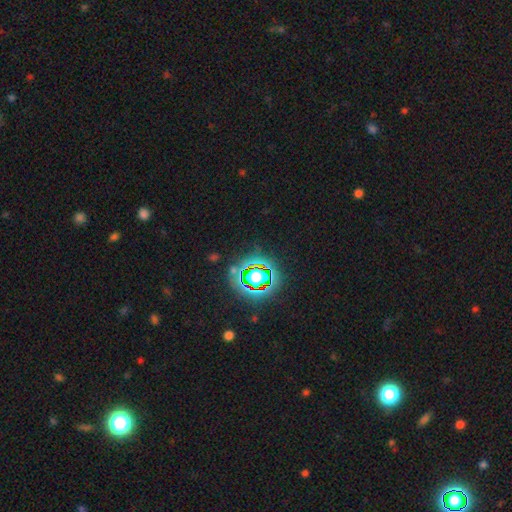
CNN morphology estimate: type=star or artifact (77%).